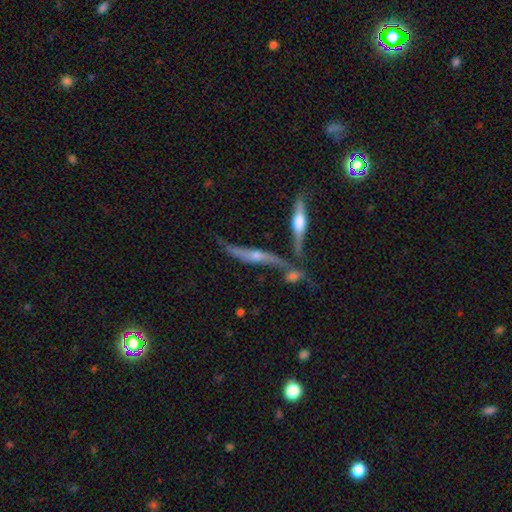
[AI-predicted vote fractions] Smooth or featured? featured or disk (82%)
Edge-on disk? yes (91%)
Edge-on bulge? rounded (91%)
Merging? none (63%)